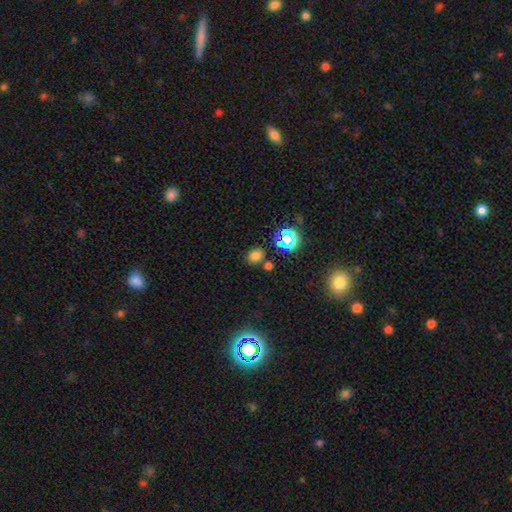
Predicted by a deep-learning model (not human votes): The model was most divided on "how rounded": in between: 56%, round: 43%, cigar-shaped: 1%. More confident: merging — none (77%); smooth or featured — smooth (70%).